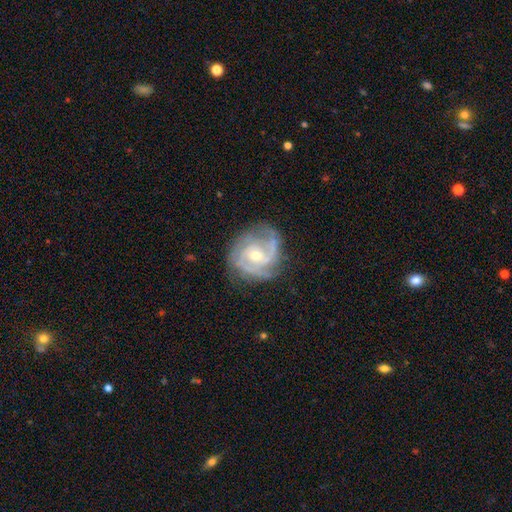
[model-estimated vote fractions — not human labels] A featured or disk galaxy (89%) with no bar (61%), 2 (37%) tight (55%) spiral arms (97%) and a small central bulge (49%).

Vote fractions:
- Smooth or featured? featured or disk: 89% / smooth: 6% / star or artifact: 5%
- Edge-on disk? no: 98% / yes: 2%
- Bar? no: 61% / weak: 32% / strong: 8%
- Spiral arms? yes: 97% / no: 3%
- Spiral winding? tight: 55% / medium: 37% / loose: 8%
- Spiral arm count? 2: 37% / 3: 33% / can't tell: 15% / 4: 6% / 1: 5% / more than 4: 4%
- Bulge size? small: 49% / moderate: 48% / large: 1% / none: 1% / dominant: 1%
- Merging? none: 70% / minor disturbance: 20% / major disturbance: 8% / merger: 2%